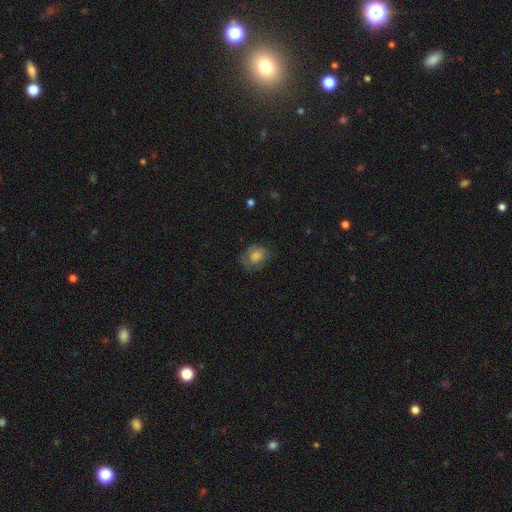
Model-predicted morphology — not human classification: A smooth galaxy with no disk features (71%) that is in between round and cigar-shaped (51%). Merging: none (64%).